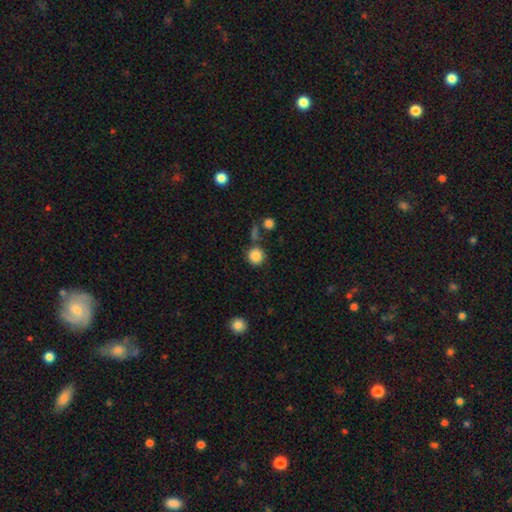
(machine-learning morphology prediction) Smooth or featured? smooth (86%)
How rounded? round (93%)
Merging? none (75%)